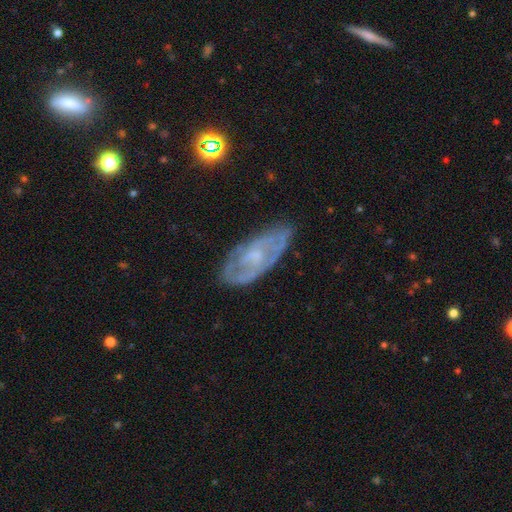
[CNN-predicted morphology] Smooth or featured? Predicted: featured or disk (p=0.71). Edge-on disk? Predicted: no (p=0.90). Bar? Predicted: no (p=0.68). Spiral arms? Predicted: yes (p=0.72). Bulge size? Predicted: small (p=0.59). Merging? Predicted: none (p=0.72).